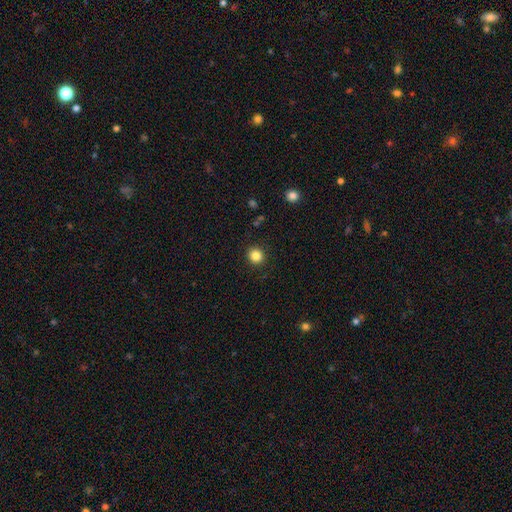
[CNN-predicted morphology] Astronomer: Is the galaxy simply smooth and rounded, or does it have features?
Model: smooth — 84%.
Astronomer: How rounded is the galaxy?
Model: round — 90%.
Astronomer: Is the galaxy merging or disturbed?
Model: none — 91%.